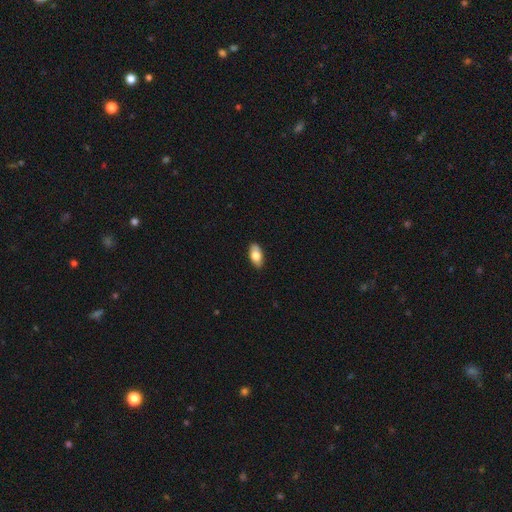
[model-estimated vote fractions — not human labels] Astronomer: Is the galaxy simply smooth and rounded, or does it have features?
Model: smooth — 78%.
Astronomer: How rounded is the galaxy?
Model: in between — 91%.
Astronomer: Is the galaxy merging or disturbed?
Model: none — 86%.